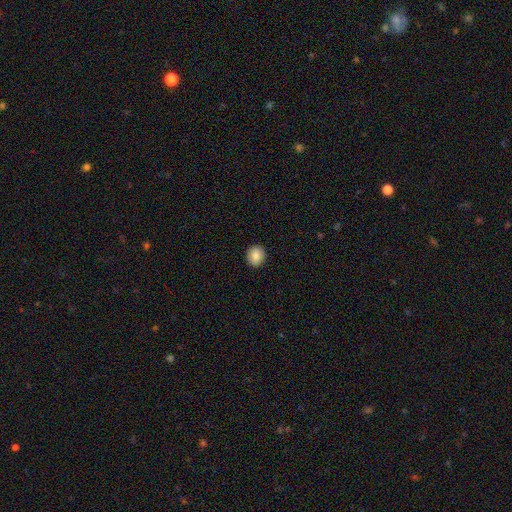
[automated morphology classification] Q: Smooth or featured?
A: smooth (86%); runner-up: star or artifact (8%)
Q: How rounded?
A: round (80%); runner-up: in between (19%)
Q: Merging?
A: none (91%); runner-up: minor disturbance (7%)